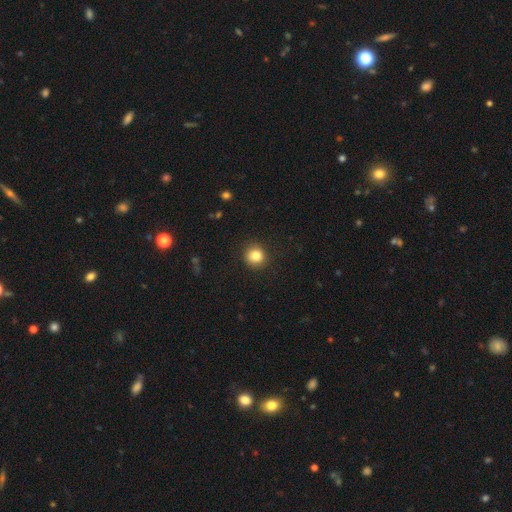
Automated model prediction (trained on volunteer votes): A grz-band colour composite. It shows a smooth galaxy with no disk features (84%) that is round (91%). Merging: none (90%).